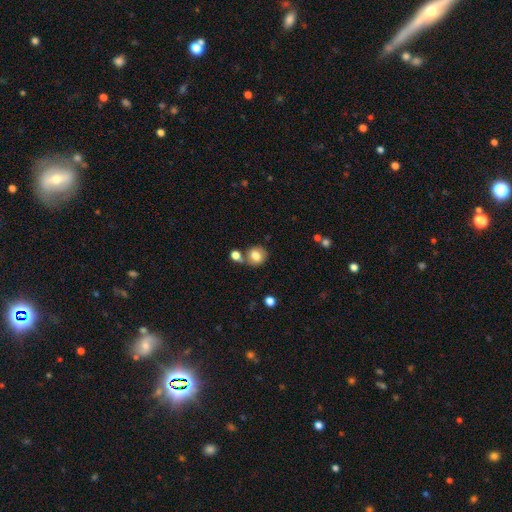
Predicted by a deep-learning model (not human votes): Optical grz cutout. It shows a smooth galaxy with no disk features (79%) that is round (80%). Merging: none (65%).